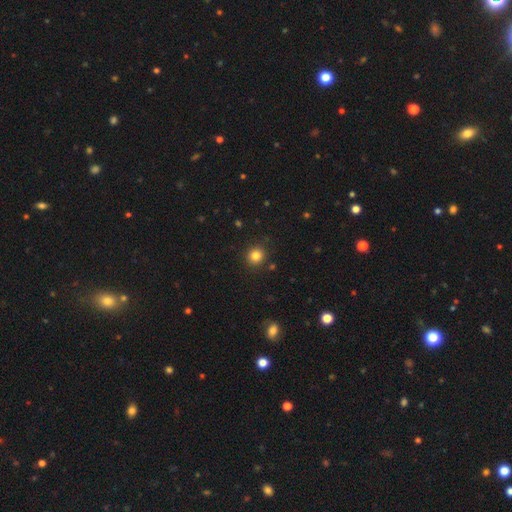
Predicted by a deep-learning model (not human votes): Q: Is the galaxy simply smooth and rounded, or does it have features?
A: smooth — 83%.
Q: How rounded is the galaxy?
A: round — 91%.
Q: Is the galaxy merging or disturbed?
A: none — 89%.